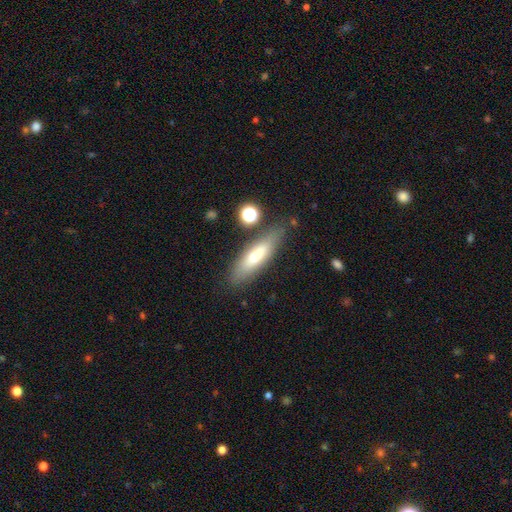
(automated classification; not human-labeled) Overall: smooth (68%). How rounded: cigar-shaped (58%; in between 40%). Merging: none (77%).